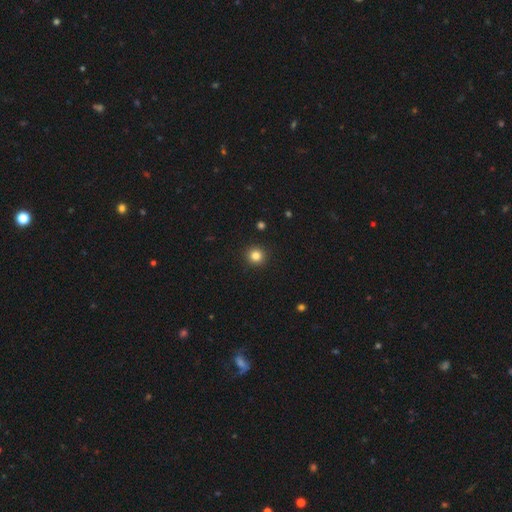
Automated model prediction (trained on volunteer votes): smooth-or-featured: smooth: 83% | star or artifact: 12% | featured or disk: 5%
  how-rounded: round: 95% | in between: 4% | cigar-shaped: 1%
  merging: none: 93% | minor disturbance: 4% | major disturbance: 2% | merger: 1%